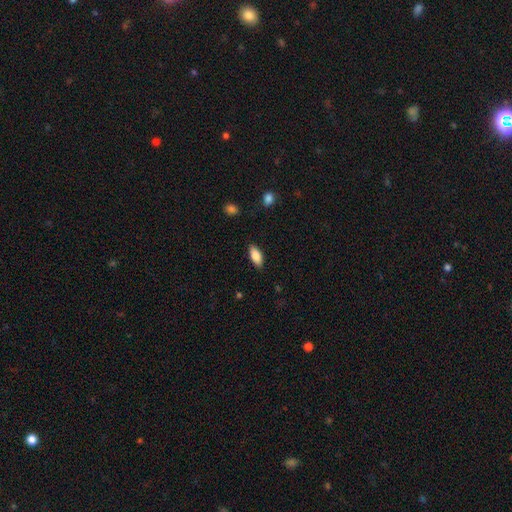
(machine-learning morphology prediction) Smooth or featured?
  - smooth: 84% *
  - featured or disk: 9%
  - star or artifact: 7%
How rounded?
  - in between: 85% *
  - cigar-shaped: 13%
  - round: 2%
Merging?
  - none: 86% *
  - minor disturbance: 11%
  - major disturbance: 2%
  - merger: 1%